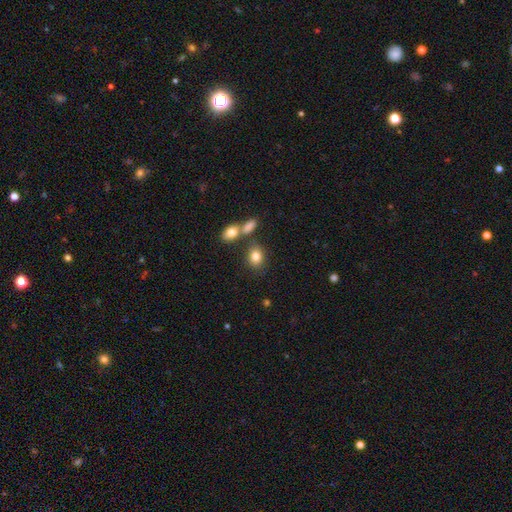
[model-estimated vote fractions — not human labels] A smooth galaxy with no disk features (82%) that is in between round and cigar-shaped (56%).

Vote fractions:
- Smooth or featured? smooth: 82% / star or artifact: 10% / featured or disk: 8%
- How rounded? in between: 56% / round: 42% / cigar-shaped: 2%
- Merging? none: 66% / merger: 18% / minor disturbance: 12% / major disturbance: 4%